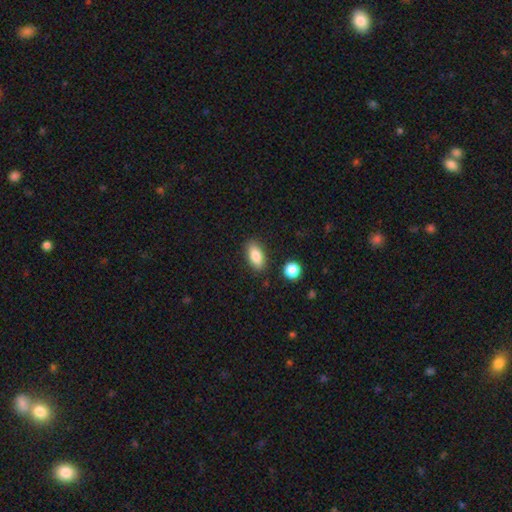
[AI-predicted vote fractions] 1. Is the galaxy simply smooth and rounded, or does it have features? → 85% smooth, 7% featured or disk, 7% star or artifact.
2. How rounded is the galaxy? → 88% in between, 8% cigar-shaped, 4% round.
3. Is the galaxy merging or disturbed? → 86% none, 9% minor disturbance, 3% merger, 2% major disturbance.